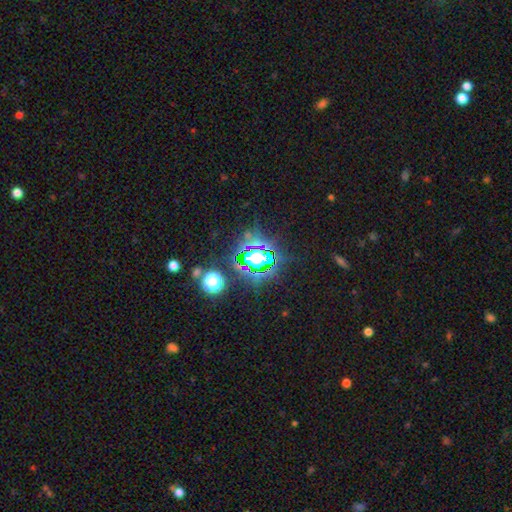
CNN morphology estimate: Smooth or featured? Predicted: star or artifact (p=0.79).